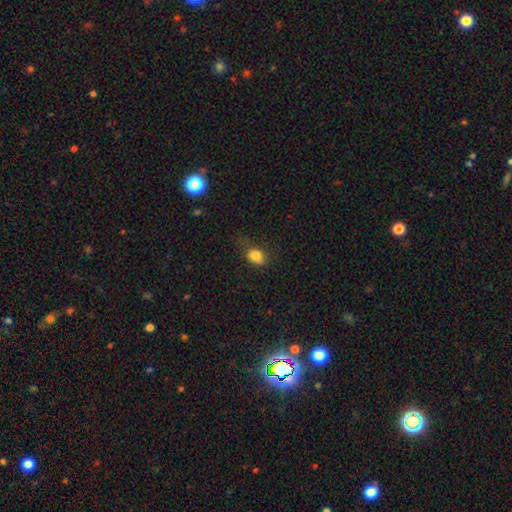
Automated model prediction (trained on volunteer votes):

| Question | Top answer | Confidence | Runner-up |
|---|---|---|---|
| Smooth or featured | smooth | 83% | star or artifact (11%) |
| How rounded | in between | 64% | round (35%) |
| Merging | none | 58% | minor disturbance (28%) |